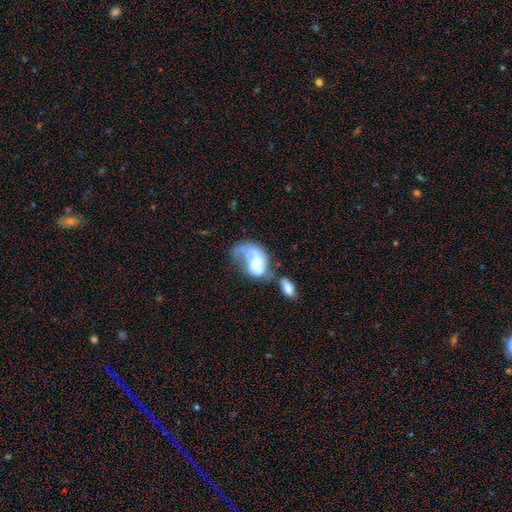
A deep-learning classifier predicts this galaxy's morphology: A featured or disk galaxy (64%) with no bar (59%), spiral arms (73%) and a moderate central bulge (40%). Merging: major disturbance (36%).